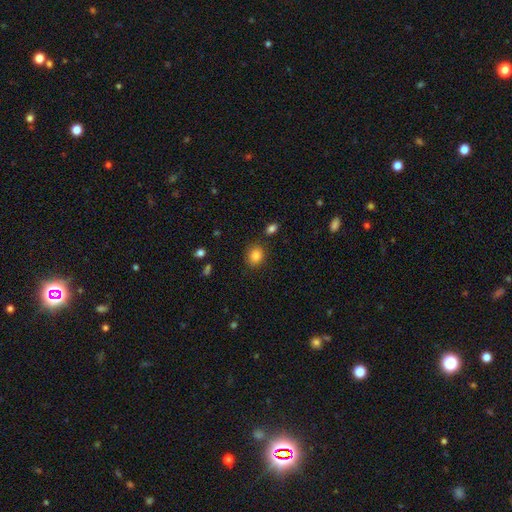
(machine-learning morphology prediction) A smooth galaxy with no disk features (85%) that is round (63%). Merging: none (83%).